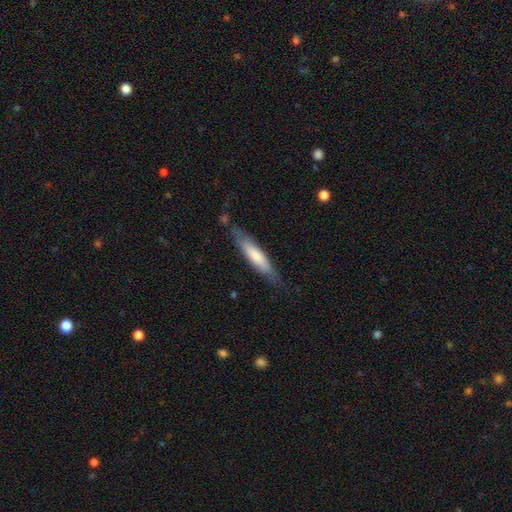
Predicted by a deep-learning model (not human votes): This appears to be a smooth galaxy with no disk features (68%) that is cigar-shaped (81%). Merging: none (77%).